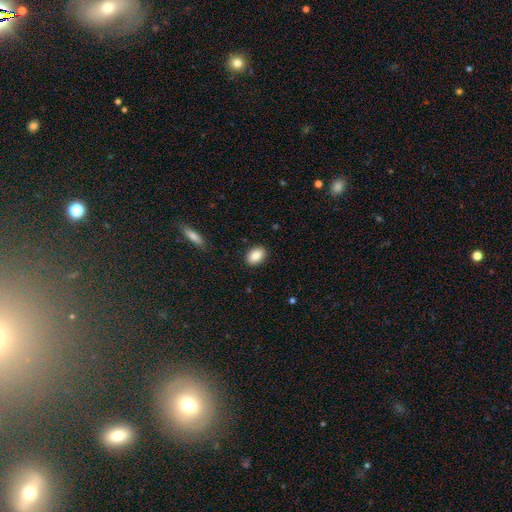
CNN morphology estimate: The model was most divided on "how rounded": in between: 79%, round: 20%, cigar-shaped: 1%. More confident: merging — none (88%); smooth or featured — smooth (87%).